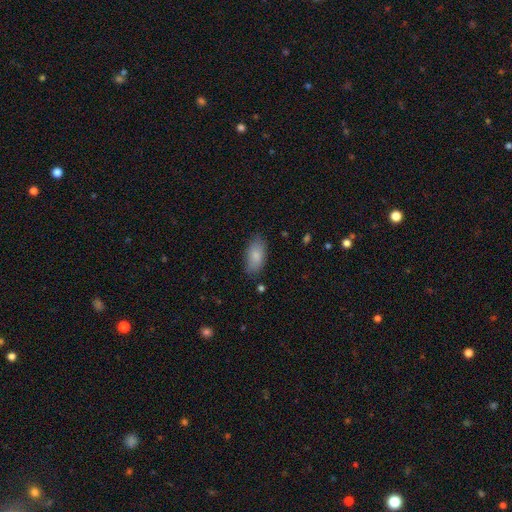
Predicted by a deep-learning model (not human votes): This is clearly a smooth galaxy (84%). How rounded: clearly in between (92%). Merging: likely none (80%).